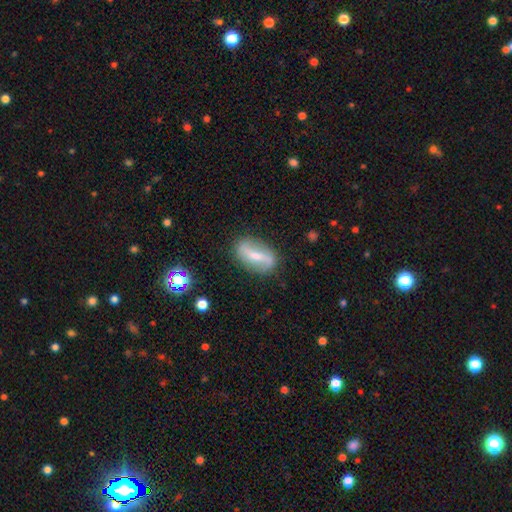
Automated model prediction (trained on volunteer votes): A featured or disk galaxy (64%) with a strong bar (51%), spiral arms (76%) and a small central bulge (45%). Merging: none (81%).